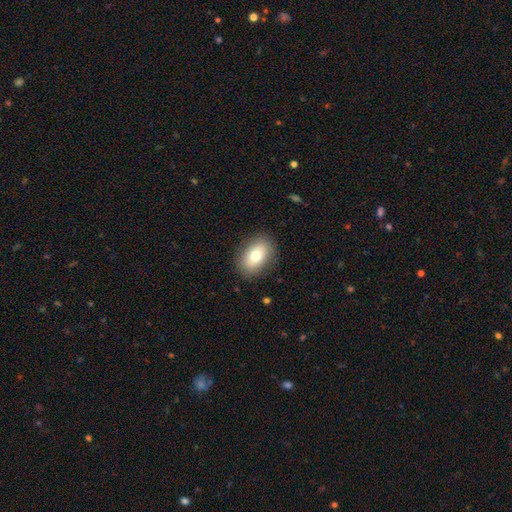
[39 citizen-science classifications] This appears to be a smooth galaxy with no disk features (82%) that is in between round and cigar-shaped (62%). Merging: none (92%).